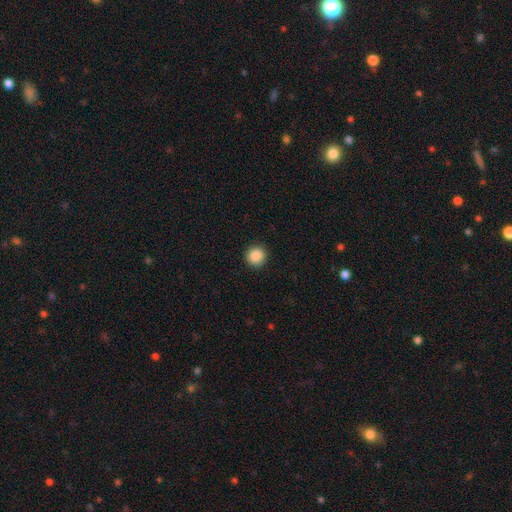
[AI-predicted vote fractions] A smooth galaxy with no disk features (88%) that is round (94%).

Vote fractions:
- Smooth or featured? smooth: 88% / star or artifact: 9% / featured or disk: 3%
- How rounded? round: 94% / in between: 5% / cigar-shaped: 1%
- Merging? none: 92% / minor disturbance: 5% / major disturbance: 2% / merger: 1%